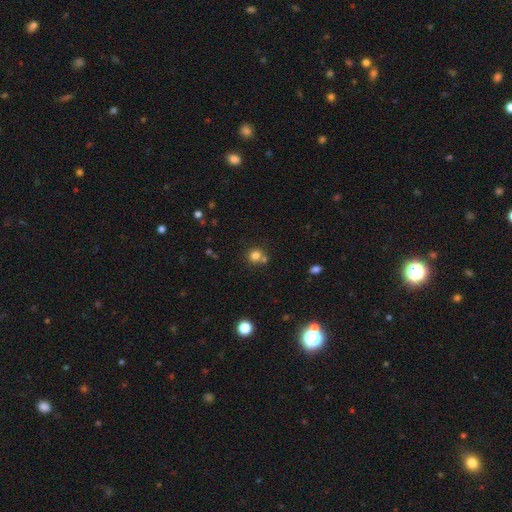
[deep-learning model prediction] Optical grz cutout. It shows a smooth galaxy with no disk features (78%) that is round (88%). Merging: none (63%).